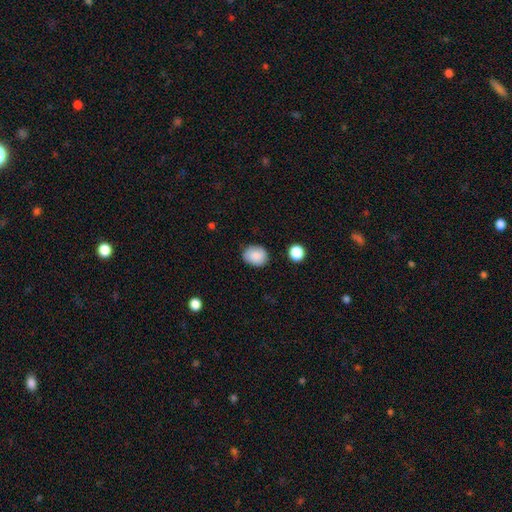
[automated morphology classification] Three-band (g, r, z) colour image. It shows a smooth galaxy with no disk features (87%) that is round (60%). Merging: none (82%).